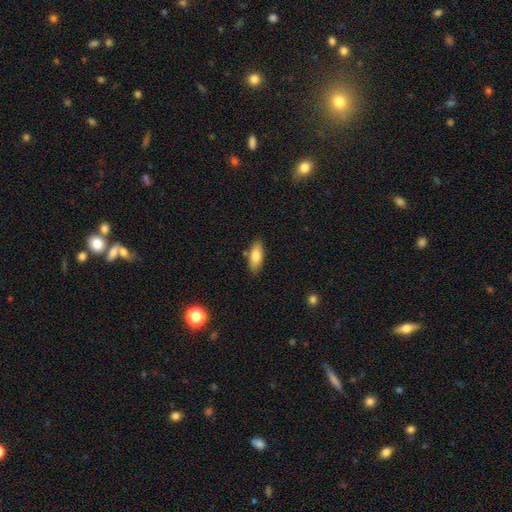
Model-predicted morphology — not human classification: Q: Smooth or featured?
A: smooth (81%); runner-up: featured or disk (12%)
Q: How rounded?
A: in between (78%); runner-up: cigar-shaped (20%)
Q: Merging?
A: none (83%); runner-up: minor disturbance (12%)